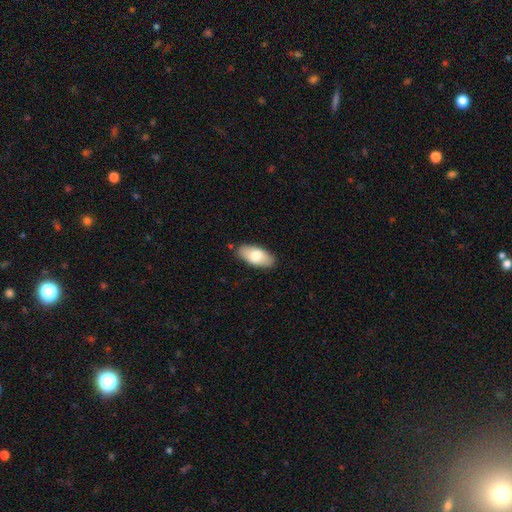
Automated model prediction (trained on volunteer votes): A smooth galaxy with no disk features (76%) that is in between round and cigar-shaped (91%). Merging: none (86%).